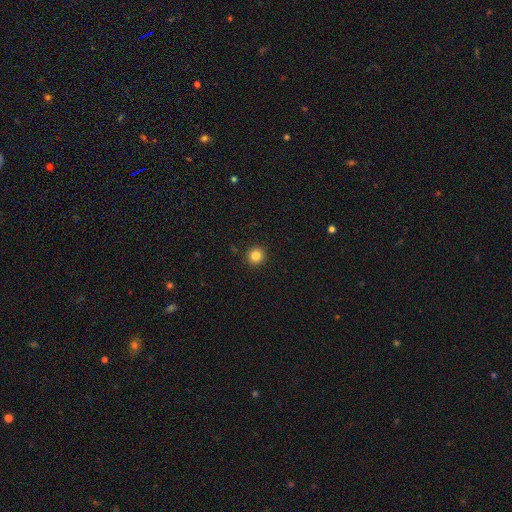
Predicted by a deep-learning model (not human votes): Smooth or featured: smooth — 84% (star or artifact — 11%)
How rounded: round — 94% (in between — 5%)
Merging: none — 92% (minor disturbance — 5%)